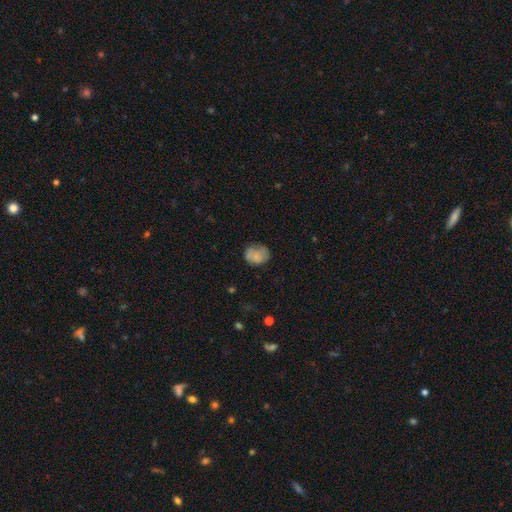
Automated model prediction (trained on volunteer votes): Smooth or featured? Predicted: smooth (p=0.72). How rounded? Predicted: round (p=0.62). Merging? Predicted: none (p=0.61).